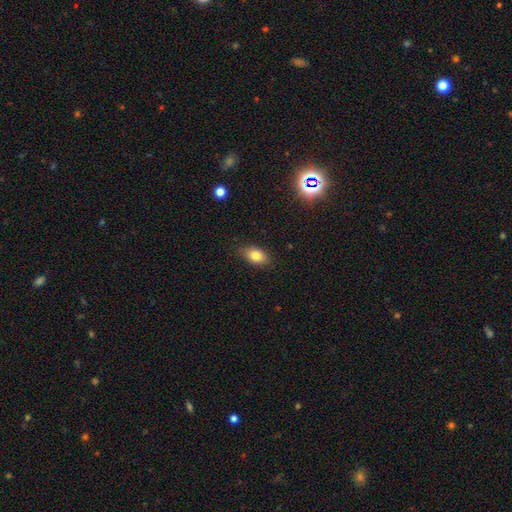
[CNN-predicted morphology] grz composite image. It shows a smooth galaxy with no disk features (82%) that is in between round and cigar-shaped (86%). Merging: none (85%).